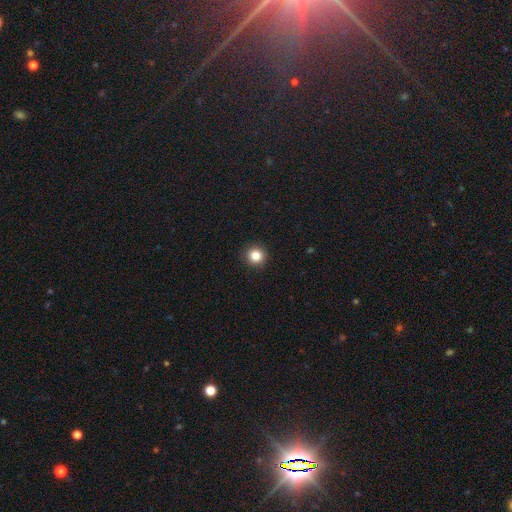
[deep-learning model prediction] Smooth or featured: smooth — 84% (star or artifact — 11%)
How rounded: round — 95% (in between — 5%)
Merging: none — 93% (minor disturbance — 4%)